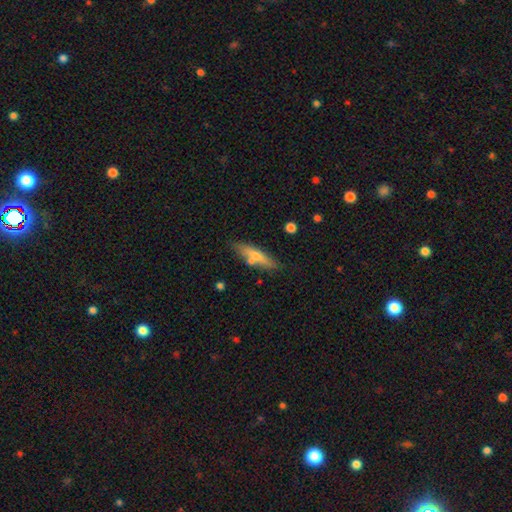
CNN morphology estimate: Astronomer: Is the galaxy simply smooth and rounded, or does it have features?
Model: smooth — 65%.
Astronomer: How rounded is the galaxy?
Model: cigar-shaped — 73%.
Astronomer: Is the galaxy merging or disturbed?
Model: none — 76%.